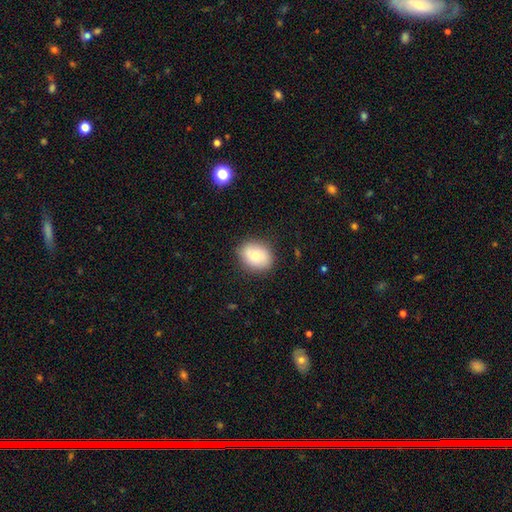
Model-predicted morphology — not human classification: A smooth galaxy with no disk features (75%) that is in between round and cigar-shaped (51%).

Vote fractions:
- Smooth or featured? smooth: 75% / featured or disk: 17% / star or artifact: 8%
- How rounded? in between: 51% / round: 48% / cigar-shaped: 1%
- Merging? none: 84% / minor disturbance: 12% / major disturbance: 3% / merger: 1%